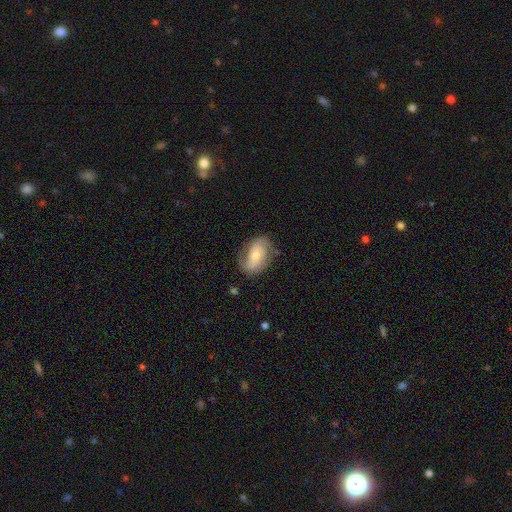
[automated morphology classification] Smooth or featured?
  - featured or disk: 53% *
  - smooth: 40%
  - star or artifact: 7%
Edge-on disk?
  - no: 94% *
  - yes: 6%
Merging?
  - none: 70% *
  - minor disturbance: 21%
  - major disturbance: 7%
  - merger: 2%